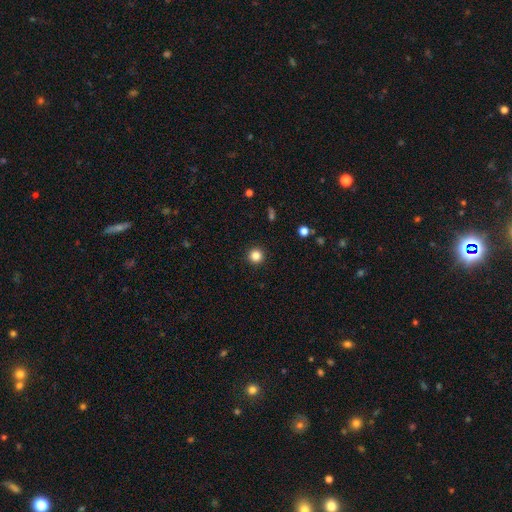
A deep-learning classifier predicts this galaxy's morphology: smooth_or_featured: smooth (p=0.84) [alt: star or artifact p=0.11]
how_rounded: round (p=0.96) [alt: in between p=0.03]
merging: none (p=0.93) [alt: minor disturbance p=0.04]